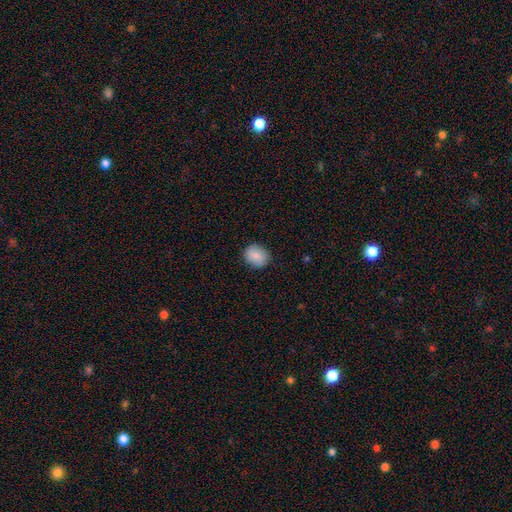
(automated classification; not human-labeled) Smooth or featured: smooth — 87% (star or artifact — 8%)
How rounded: round — 58% (in between — 41%)
Merging: none — 86% (minor disturbance — 11%)